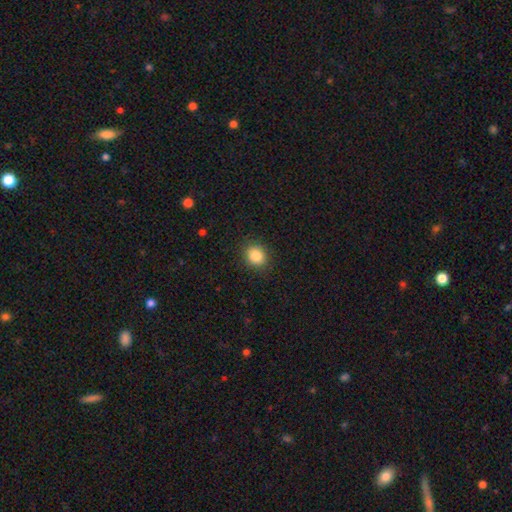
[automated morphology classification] This is clearly a smooth galaxy (85%). How rounded: likely round (68%). Merging: clearly none (89%).